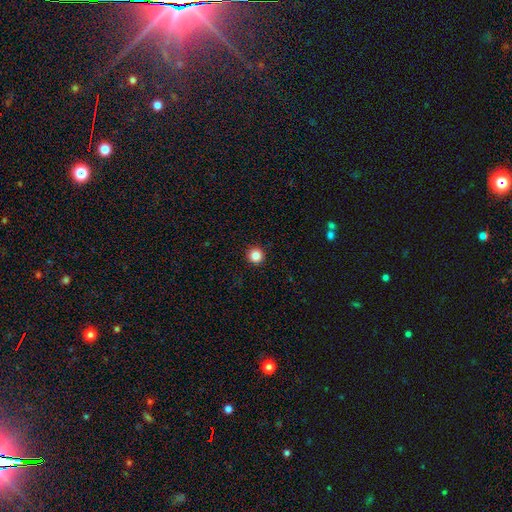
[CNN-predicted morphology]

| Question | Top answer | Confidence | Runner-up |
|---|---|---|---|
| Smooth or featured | smooth | 86% | star or artifact (11%) |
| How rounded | round | 96% | in between (3%) |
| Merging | none | 93% | minor disturbance (4%) |